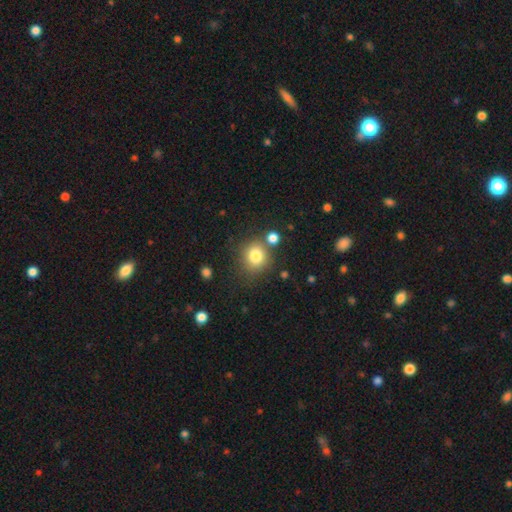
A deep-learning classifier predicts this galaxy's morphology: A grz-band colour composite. It shows a smooth galaxy with no disk features (80%) that is round (83%). Merging: none (72%).